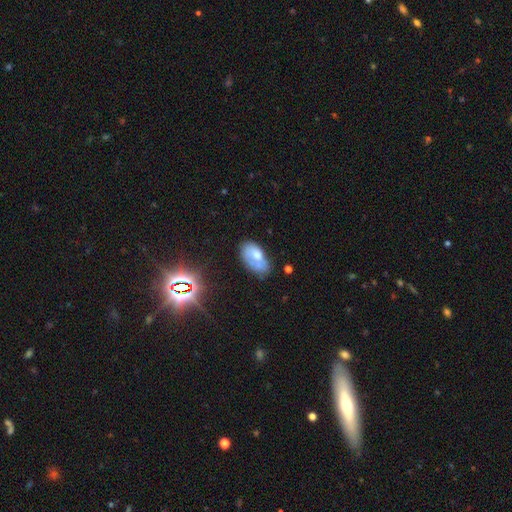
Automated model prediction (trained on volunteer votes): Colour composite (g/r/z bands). It shows a smooth galaxy with no disk features (61%) that is in between round and cigar-shaped (93%). Merging: none (43%).